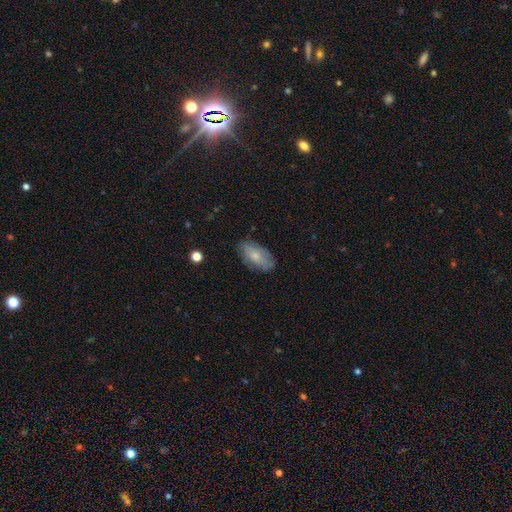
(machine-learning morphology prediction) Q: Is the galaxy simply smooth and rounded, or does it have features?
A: smooth — 72%.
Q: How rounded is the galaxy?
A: in between — 92%.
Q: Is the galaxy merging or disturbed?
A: none — 79%.